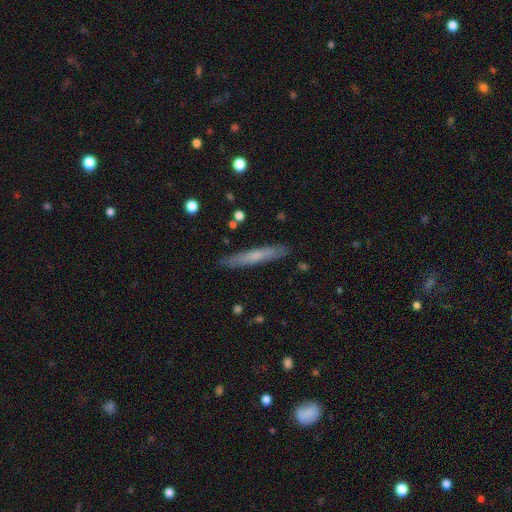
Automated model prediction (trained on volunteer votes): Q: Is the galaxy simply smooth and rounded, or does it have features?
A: smooth — 58%.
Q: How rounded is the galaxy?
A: cigar-shaped — 94%.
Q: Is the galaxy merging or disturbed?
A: none — 87%.